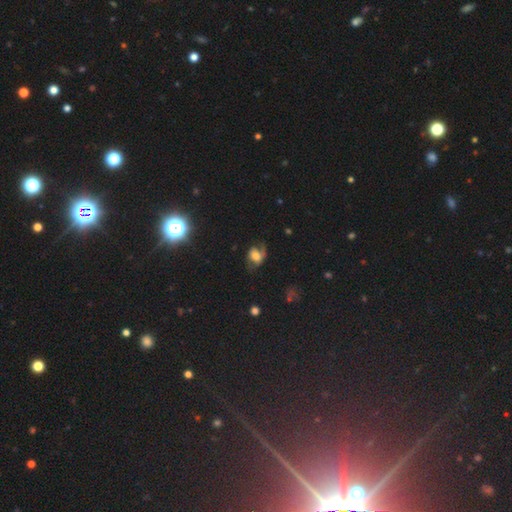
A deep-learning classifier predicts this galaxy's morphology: featured or disk 48%, smooth 40%, star or artifact 13%. Down the decision tree: merging — none (45%).